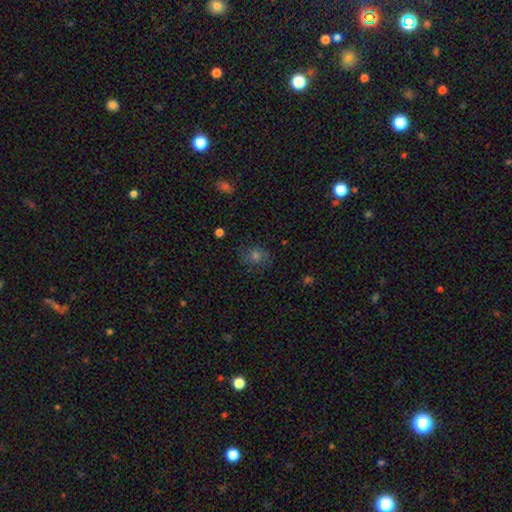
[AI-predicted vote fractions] Morphology: type=smooth (49%); merging=none (77%).